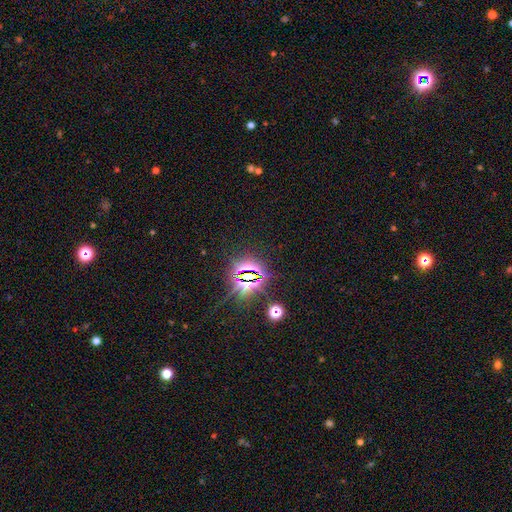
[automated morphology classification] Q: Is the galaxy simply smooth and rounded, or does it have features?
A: star or artifact — 81%.